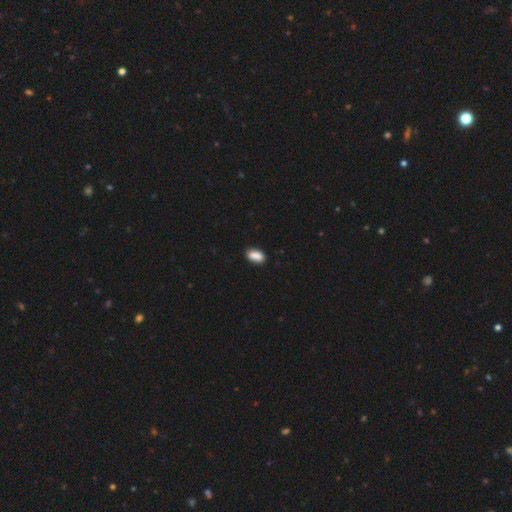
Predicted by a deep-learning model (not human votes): This is clearly a smooth galaxy (88%). How rounded: clearly in between (90%). Merging: clearly none (83%).